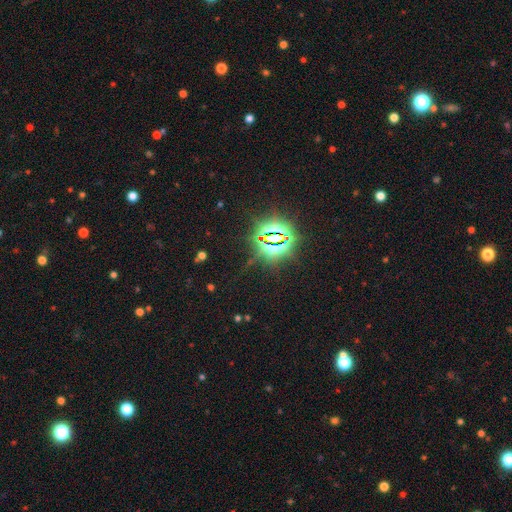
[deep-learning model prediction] Smooth or featured? star or artifact (82%)